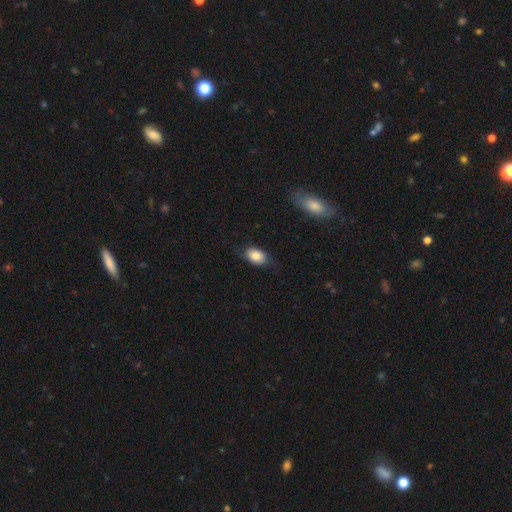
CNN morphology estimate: The model was most divided on "merging": none: 76%, minor disturbance: 19%, major disturbance: 4%, merger: 1%. More confident: how rounded — in between (84%); smooth or featured — smooth (84%).